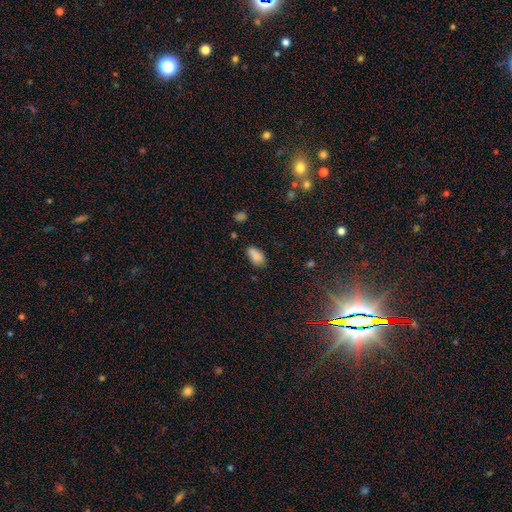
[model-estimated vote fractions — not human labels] Smooth or featured?
  - smooth: 84% *
  - star or artifact: 9%
  - featured or disk: 6%
How rounded?
  - in between: 91% *
  - round: 5%
  - cigar-shaped: 4%
Merging?
  - none: 67% *
  - minor disturbance: 22%
  - merger: 6%
  - major disturbance: 5%